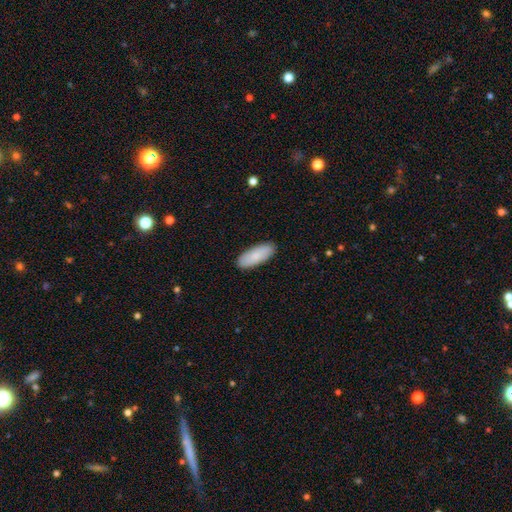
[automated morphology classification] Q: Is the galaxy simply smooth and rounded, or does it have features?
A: smooth — 83%.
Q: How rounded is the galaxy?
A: in between — 78%.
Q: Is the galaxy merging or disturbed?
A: none — 89%.